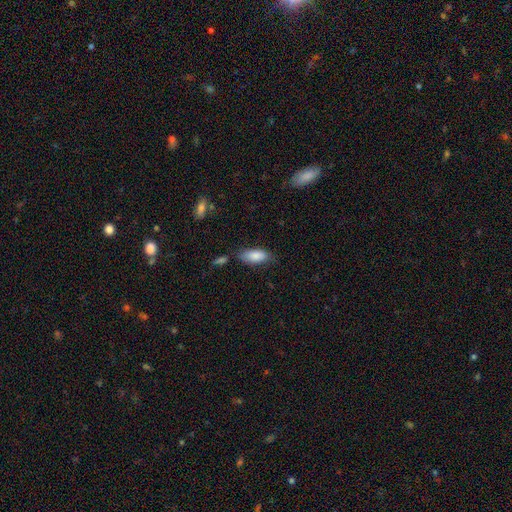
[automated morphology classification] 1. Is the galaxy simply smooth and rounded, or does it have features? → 85% smooth, 8% featured or disk, 6% star or artifact.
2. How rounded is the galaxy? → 86% in between, 12% cigar-shaped, 2% round.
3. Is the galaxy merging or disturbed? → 70% none, 20% minor disturbance, 6% merger, 4% major disturbance.